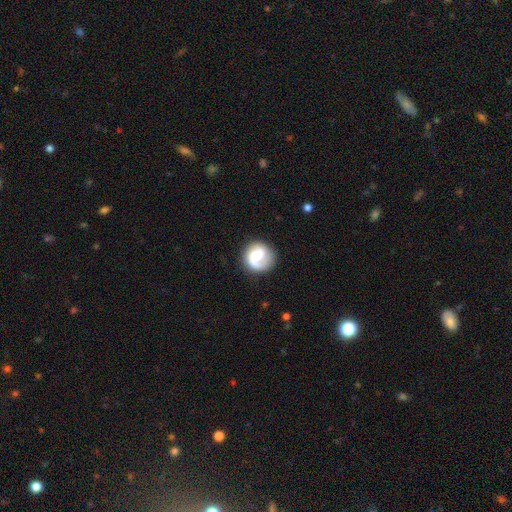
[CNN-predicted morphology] smooth-or-featured: featured or disk: 66% | smooth: 28% | star or artifact: 6%
  disk-edge-on: no: 98% | yes: 2%
    bar: no: 53% | weak: 39% | strong: 8%
    has-spiral-arms: yes: 91% | no: 9%
      spiral-winding: tight: 36% (tied) | medium: 36% (tied) | loose: 27%
      spiral-arm-count: 1: 62% | 2: 30% | can't tell: 5% | 3: 1% | 4: 1% | more than 4: 1%
    bulge-size: moderate: 47% | large: 22% | small: 21% | none: 6% | dominant: 3%
  merging: none: 76% | minor disturbance: 14% | major disturbance: 8% | merger: 2%